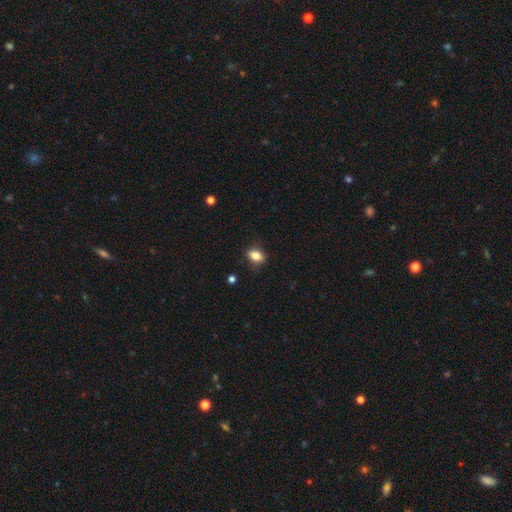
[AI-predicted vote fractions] Smooth or featured: smooth — 83% (star or artifact — 9%)
How rounded: in between — 76% (round — 21%)
Merging: none — 81% (minor disturbance — 14%)